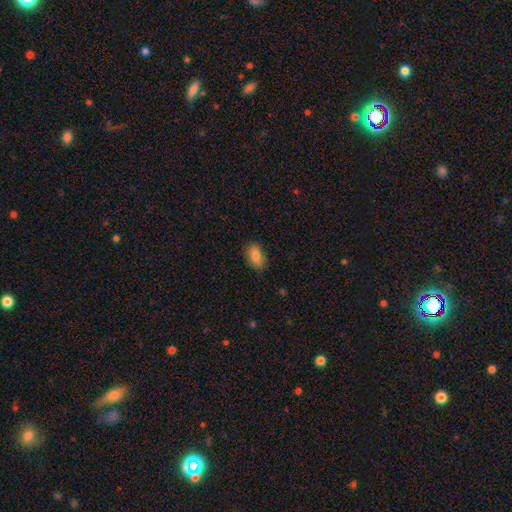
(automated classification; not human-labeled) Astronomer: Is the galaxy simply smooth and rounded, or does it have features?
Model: smooth — 82%.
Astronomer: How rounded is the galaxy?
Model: in between — 90%.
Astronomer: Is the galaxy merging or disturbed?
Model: none — 84%.